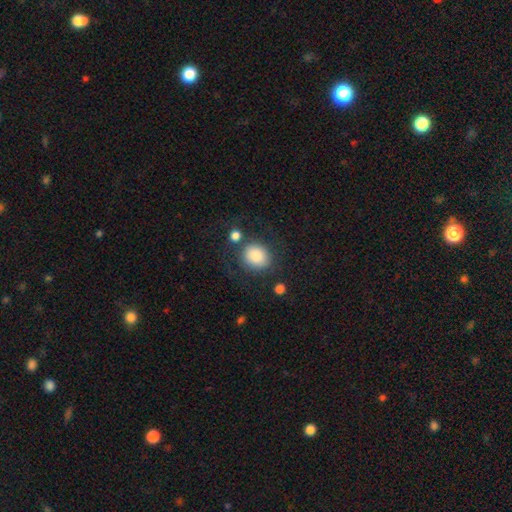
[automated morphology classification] Smooth or featured? smooth (86%)
How rounded? round (67%)
Merging? none (70%)